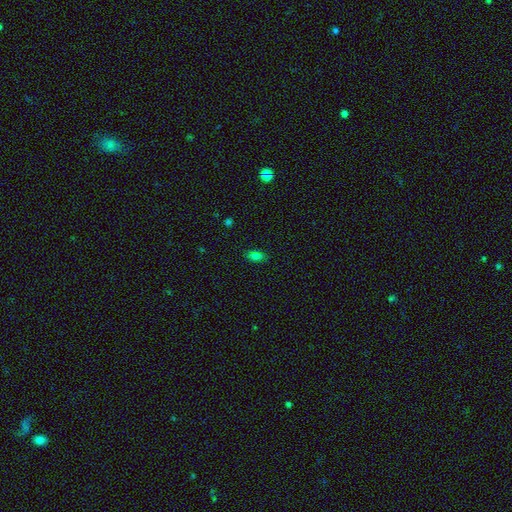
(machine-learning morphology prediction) smooth-or-featured: smooth: 75% | star or artifact: 15% | featured or disk: 10%
  how-rounded: in between: 84% | round: 9% | cigar-shaped: 7%
  merging: none: 86% | minor disturbance: 11% | major disturbance: 2% | merger: 1%